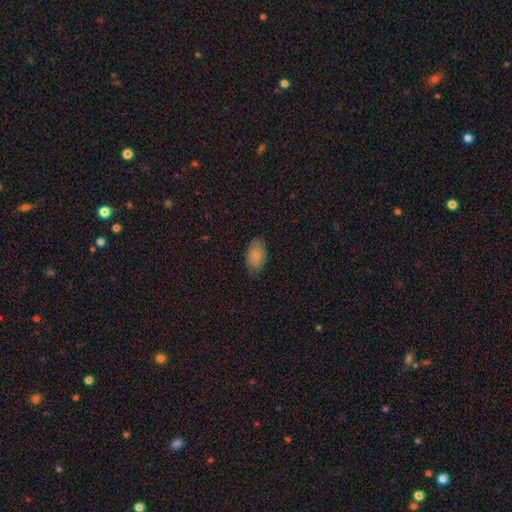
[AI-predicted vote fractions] This appears to be a smooth galaxy with no disk features (82%) that is in between round and cigar-shaped (91%). Merging: none (82%).